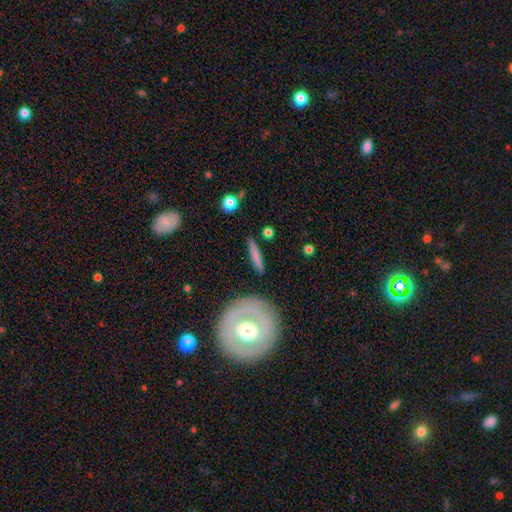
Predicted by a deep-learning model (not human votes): smooth_or_featured: smooth (p=0.68) [alt: featured or disk p=0.27]
how_rounded: cigar-shaped (p=0.90) [alt: in between p=0.07]
merging: none (p=0.87) [alt: minor disturbance p=0.08]